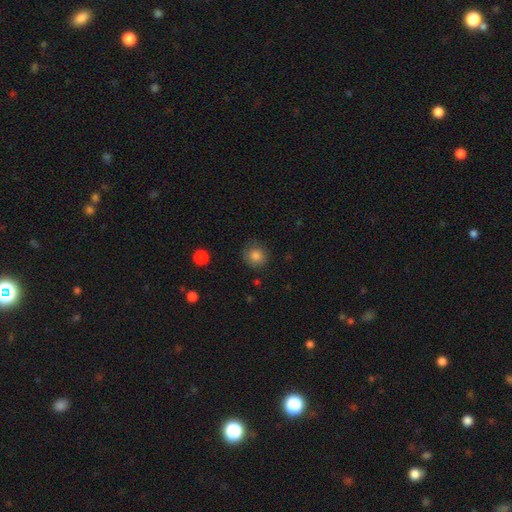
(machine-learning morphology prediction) Smooth or featured? Predicted: smooth (p=0.84). How rounded? Predicted: round (p=0.88). Merging? Predicted: none (p=0.80).